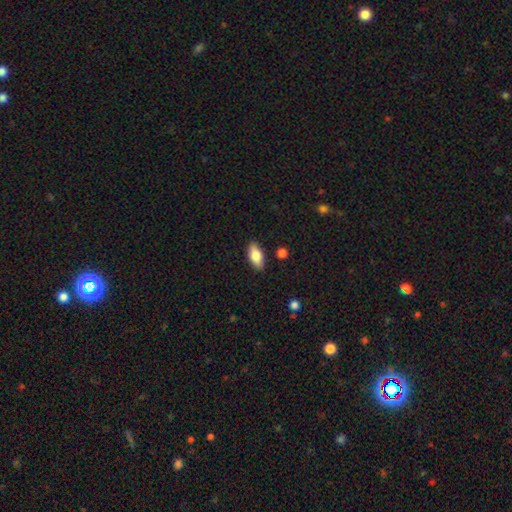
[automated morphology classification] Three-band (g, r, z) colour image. It shows a smooth galaxy with no disk features (80%) that is in between round and cigar-shaped (86%). Merging: none (87%).